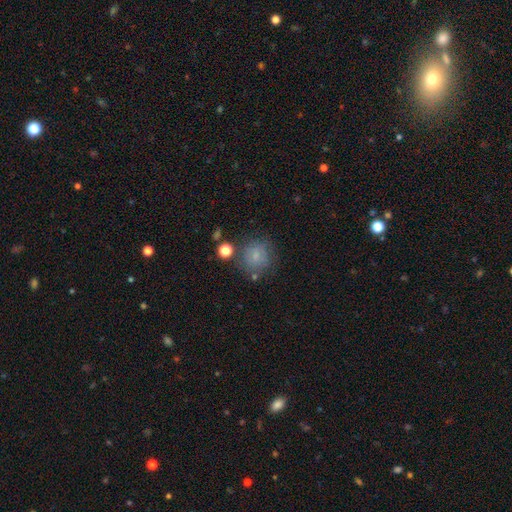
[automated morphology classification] Smooth or featured? smooth (76%)
How rounded? round (86%)
Merging? none (72%)